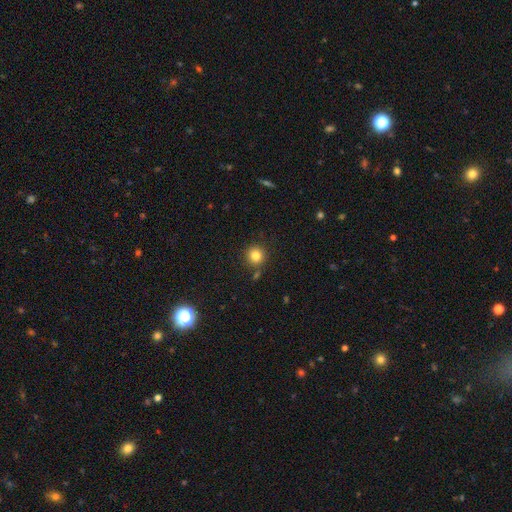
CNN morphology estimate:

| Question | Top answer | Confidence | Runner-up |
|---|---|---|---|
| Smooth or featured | smooth | 82% | star or artifact (12%) |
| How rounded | round | 93% | in between (6%) |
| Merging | none | 83% | minor disturbance (9%) |